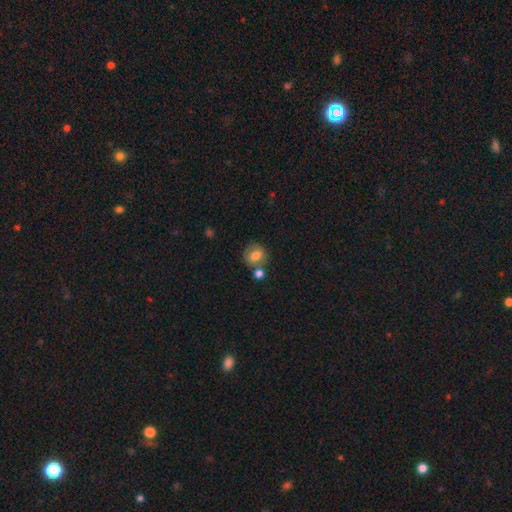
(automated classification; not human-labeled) Q: Smooth or featured?
A: smooth (76%); runner-up: featured or disk (15%)
Q: How rounded?
A: round (71%); runner-up: in between (28%)
Q: Merging?
A: none (58%); runner-up: merger (23%)